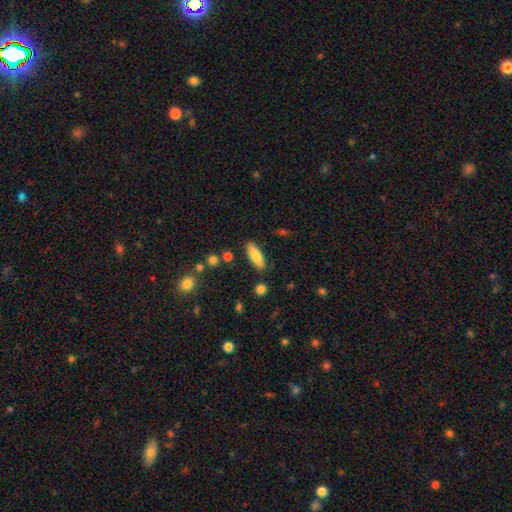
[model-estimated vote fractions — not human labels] A smooth galaxy with no disk features (78%) that is in between round and cigar-shaped (63%).

Vote fractions:
- Smooth or featured? smooth: 78% / featured or disk: 16% / star or artifact: 7%
- How rounded? in between: 63% / cigar-shaped: 35% / round: 2%
- Merging? none: 84% / minor disturbance: 11% / merger: 3% / major disturbance: 2%